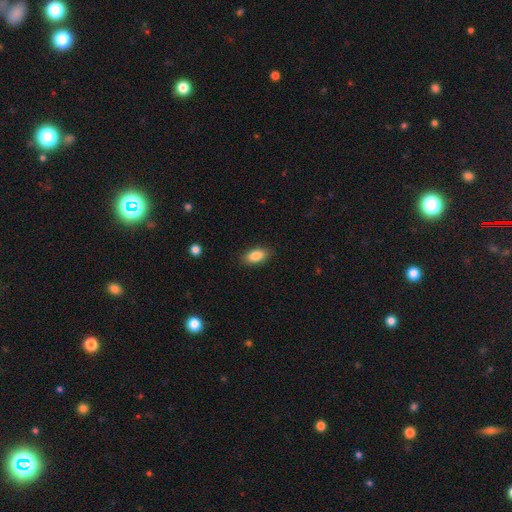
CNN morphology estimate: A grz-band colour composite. It shows a smooth galaxy with no disk features (87%) that is in between round and cigar-shaped (90%). Merging: none (87%).